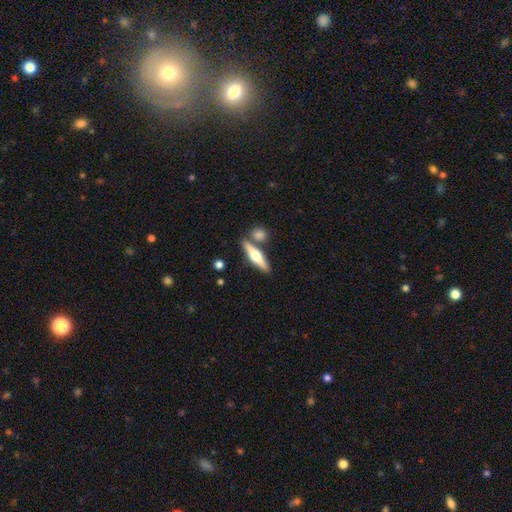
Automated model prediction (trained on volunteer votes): This appears to be a featured or disk galaxy (57%) viewed edge-on (95%) with a rounded central bulge (95%). Merging: none (74%).